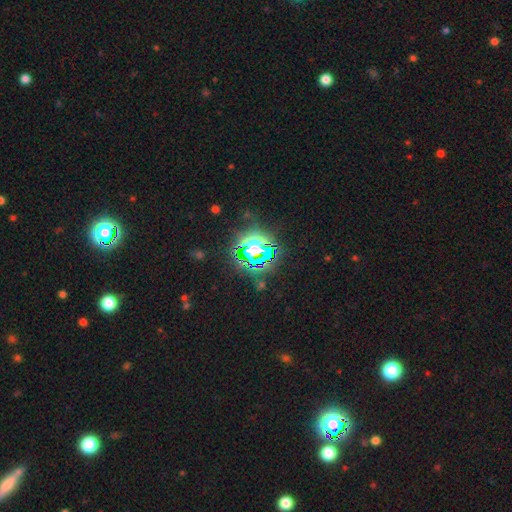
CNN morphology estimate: This is clearly a star or artifact rather than a galaxy (80%).